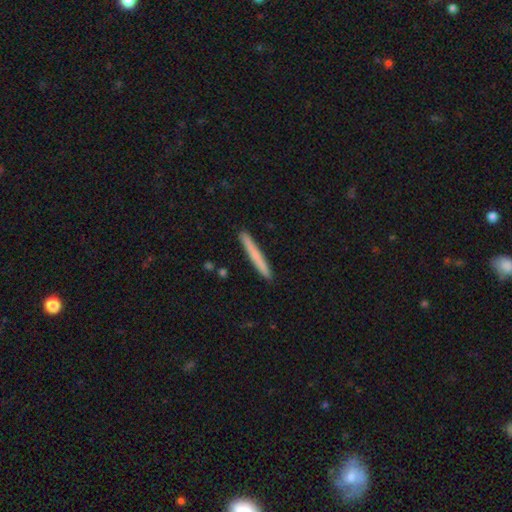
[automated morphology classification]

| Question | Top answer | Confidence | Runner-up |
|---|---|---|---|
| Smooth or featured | smooth | 68% | featured or disk (26%) |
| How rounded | cigar-shaped | 97% | in between (2%) |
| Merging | none | 92% | minor disturbance (6%) |